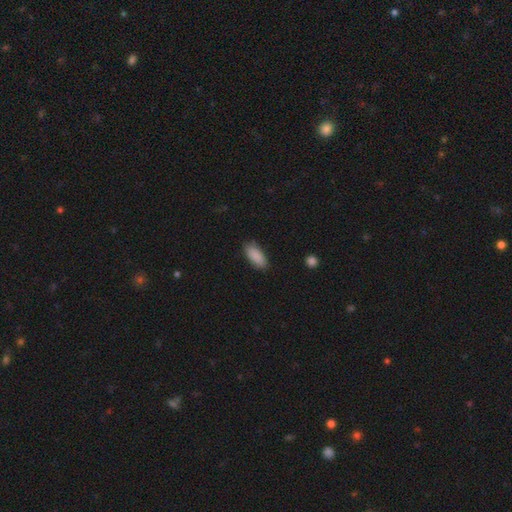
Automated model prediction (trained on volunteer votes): smooth_or_featured: smooth (p=0.90) [alt: star or artifact p=0.06]
how_rounded: in between (p=0.86) [alt: cigar-shaped p=0.13]
merging: none (p=0.83) [alt: minor disturbance p=0.13]